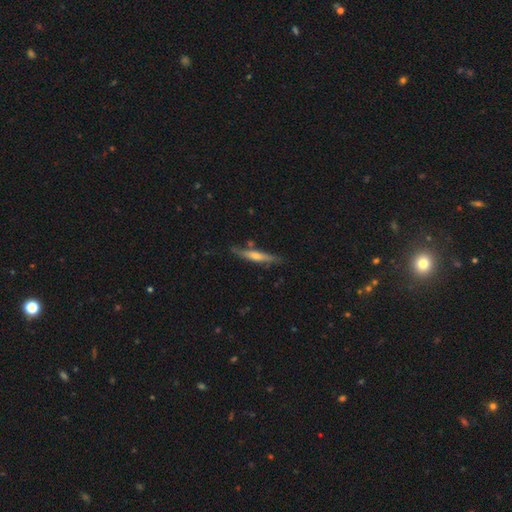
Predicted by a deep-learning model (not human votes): Smooth or featured? featured or disk (60%)
Edge-on disk? yes (92%)
Edge-on bulge? rounded (69%)
Merging? none (76%)